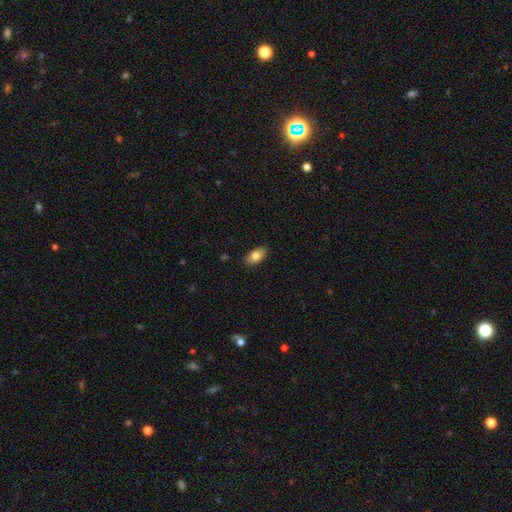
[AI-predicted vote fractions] Overall: smooth (82%). How rounded: in between (92%). Merging: none (87%).